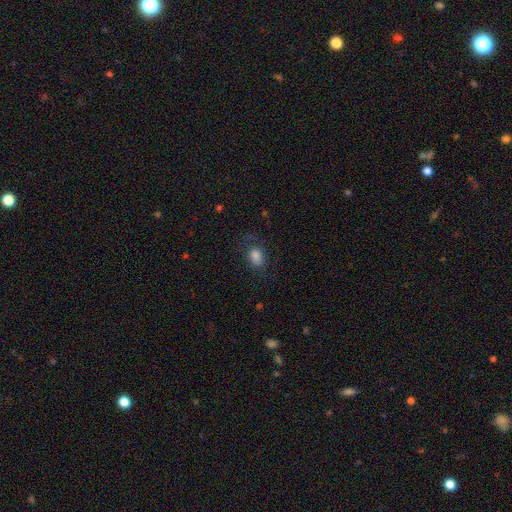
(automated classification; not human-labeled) Smooth or featured?
  - smooth: 79% *
  - star or artifact: 12%
  - featured or disk: 9%
How rounded?
  - in between: 71% *
  - round: 28%
  - cigar-shaped: 1%
Merging?
  - none: 65% *
  - minor disturbance: 20%
  - major disturbance: 14%
  - merger: 2%